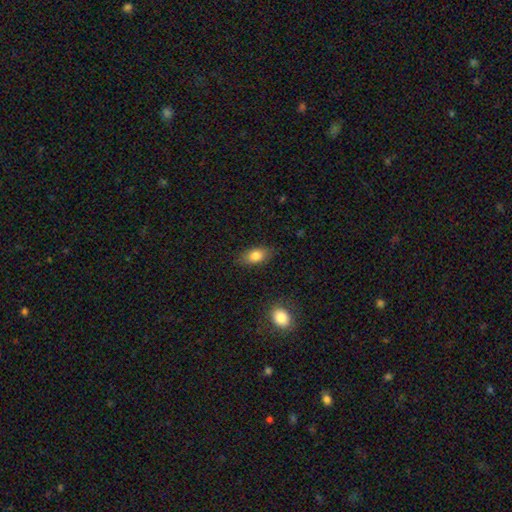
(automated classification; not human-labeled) Smooth or featured?
  - smooth: 80% *
  - featured or disk: 11%
  - star or artifact: 8%
How rounded?
  - in between: 86% *
  - round: 9%
  - cigar-shaped: 5%
Merging?
  - none: 84% *
  - minor disturbance: 12%
  - major disturbance: 3%
  - merger: 1%